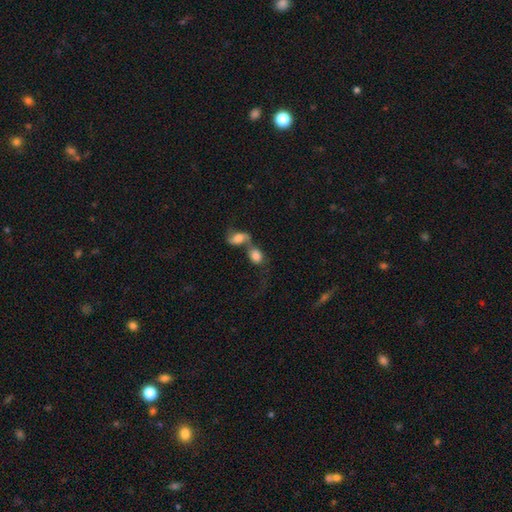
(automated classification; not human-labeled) Smooth or featured?
  - smooth: 69% *
  - featured or disk: 21%
  - star or artifact: 9%
How rounded?
  - in between: 60% *
  - round: 37%
  - cigar-shaped: 3%
Merging?
  - merger: 68% *
  - none: 17%
  - major disturbance: 8%
  - minor disturbance: 7%